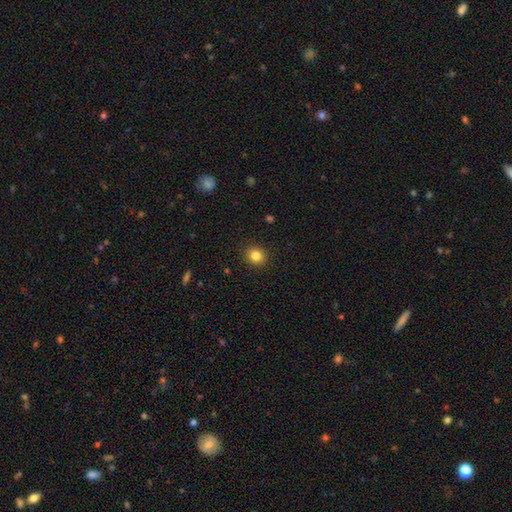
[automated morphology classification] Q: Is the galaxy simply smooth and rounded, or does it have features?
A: smooth — 83%.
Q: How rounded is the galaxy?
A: round — 85%.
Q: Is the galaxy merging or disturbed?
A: none — 91%.